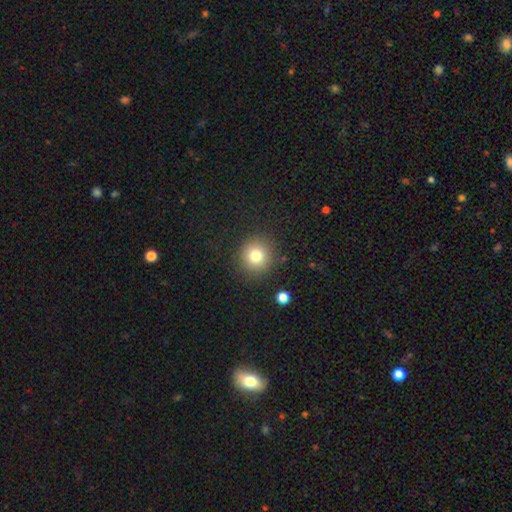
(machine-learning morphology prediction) A smooth galaxy with no disk features (78%) that is round (93%).

Vote fractions:
- Smooth or featured? smooth: 78% / star or artifact: 13% / featured or disk: 9%
- How rounded? round: 93% / in between: 6% / cigar-shaped: 1%
- Merging? none: 88% / minor disturbance: 7% / major disturbance: 3% / merger: 2%